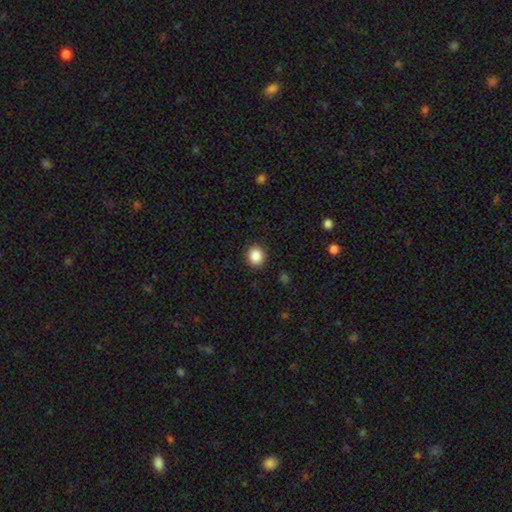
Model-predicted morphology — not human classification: Smooth or featured?
  - smooth: 87% *
  - star or artifact: 10%
  - featured or disk: 4%
How rounded?
  - round: 87% *
  - in between: 12%
  - cigar-shaped: 1%
Merging?
  - none: 91% *
  - minor disturbance: 6%
  - major disturbance: 2%
  - merger: 1%